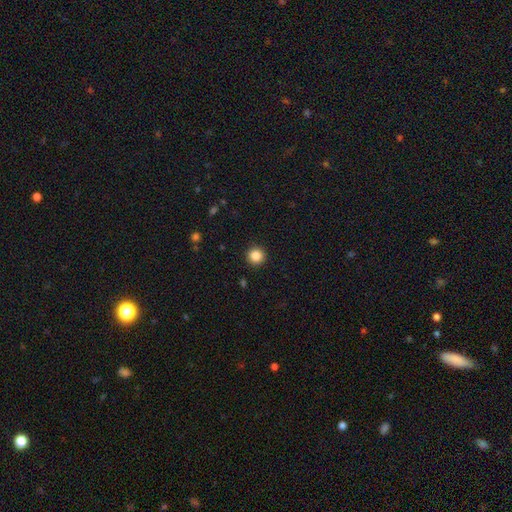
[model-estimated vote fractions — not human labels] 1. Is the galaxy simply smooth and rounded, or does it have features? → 86% smooth, 11% star or artifact, 4% featured or disk.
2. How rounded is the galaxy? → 96% round, 3% in between, 1% cigar-shaped.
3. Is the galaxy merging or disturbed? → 93% none, 4% minor disturbance, 2% major disturbance, 1% merger.